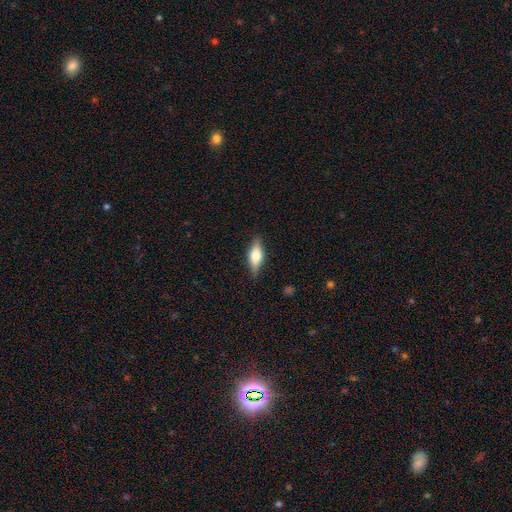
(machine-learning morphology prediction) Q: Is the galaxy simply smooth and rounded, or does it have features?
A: smooth — 60%.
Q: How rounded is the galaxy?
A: in between — 66%.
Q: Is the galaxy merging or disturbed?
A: none — 84%.